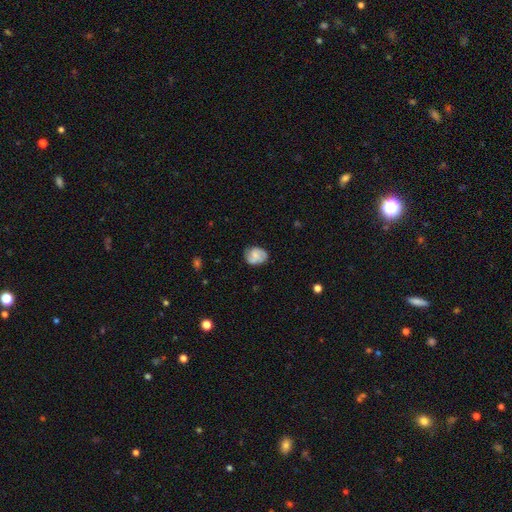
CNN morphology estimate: This appears to be a smooth galaxy with no disk features (47%). Merging: none (73%).